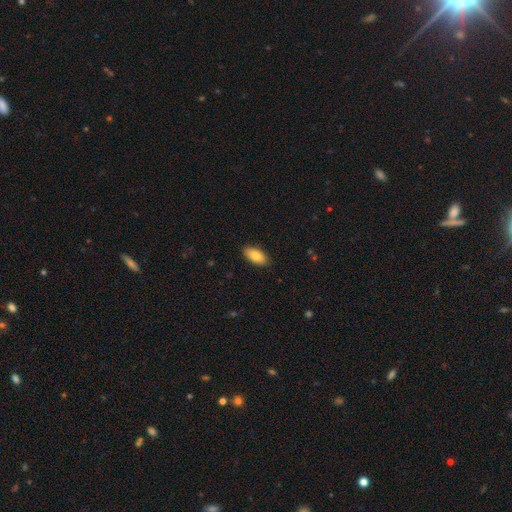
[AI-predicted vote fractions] Smooth or featured?
  - smooth: 82% *
  - featured or disk: 11%
  - star or artifact: 7%
How rounded?
  - in between: 91% *
  - cigar-shaped: 6%
  - round: 2%
Merging?
  - none: 89% *
  - minor disturbance: 8%
  - major disturbance: 2%
  - merger: 1%